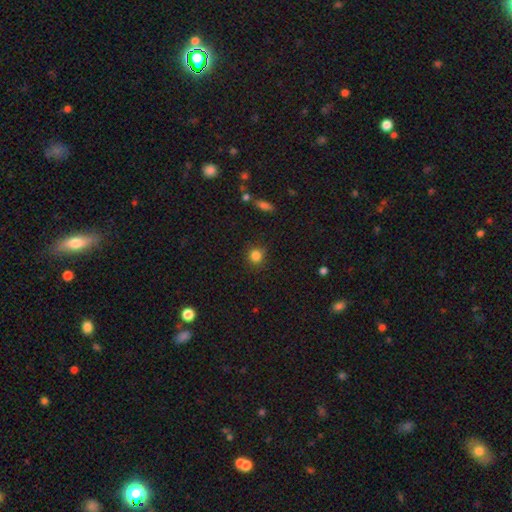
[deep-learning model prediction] Smooth or featured: smooth — 83% (star or artifact — 12%)
How rounded: round — 91% (in between — 8%)
Merging: none — 87% (minor disturbance — 9%)